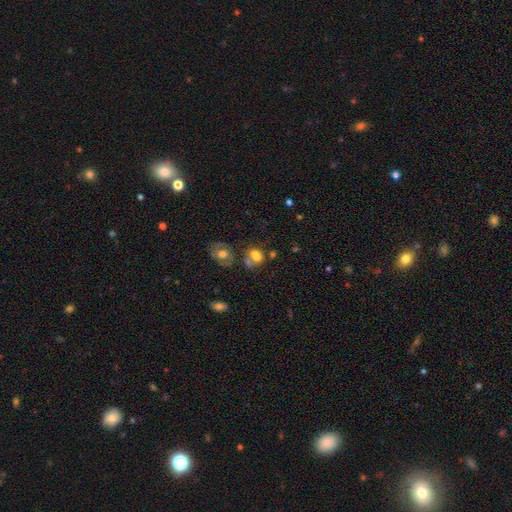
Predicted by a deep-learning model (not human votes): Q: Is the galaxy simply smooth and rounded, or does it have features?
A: smooth — 71%.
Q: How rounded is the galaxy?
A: in between — 71%.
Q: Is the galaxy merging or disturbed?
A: none — 42%.